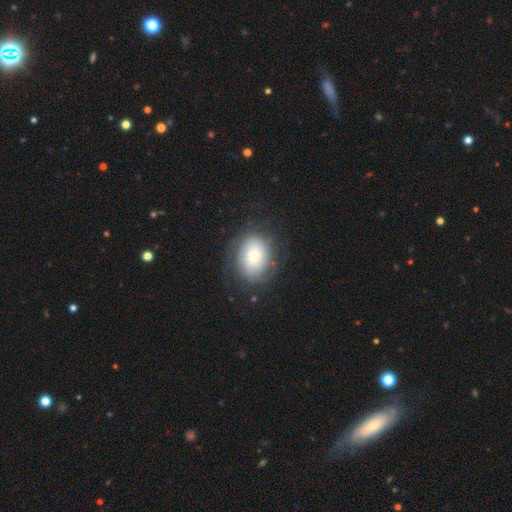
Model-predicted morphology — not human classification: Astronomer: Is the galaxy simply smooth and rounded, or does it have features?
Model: smooth — 60%.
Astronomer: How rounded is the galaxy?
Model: in between — 55% (runner-up: round, 44%).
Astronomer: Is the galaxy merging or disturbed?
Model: none — 68%.